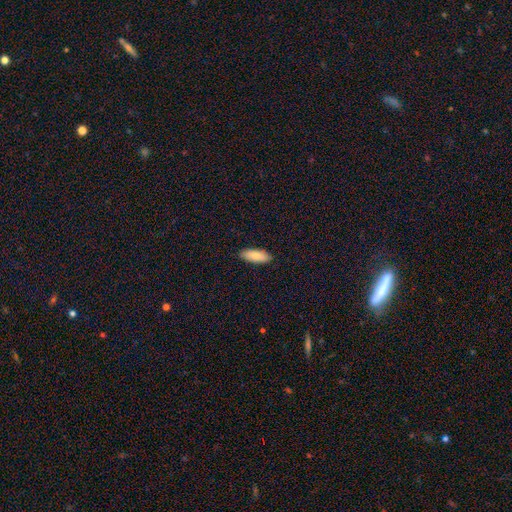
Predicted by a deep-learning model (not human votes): Smooth or featured: smooth — 84% (featured or disk — 10%)
How rounded: in between — 75% (cigar-shaped — 24%)
Merging: none — 89% (minor disturbance — 9%)